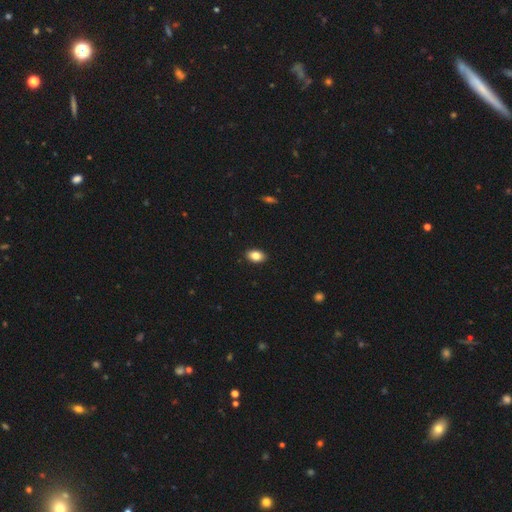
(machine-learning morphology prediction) A smooth galaxy with no disk features (84%) that is in between round and cigar-shaped (88%). Merging: none (90%).